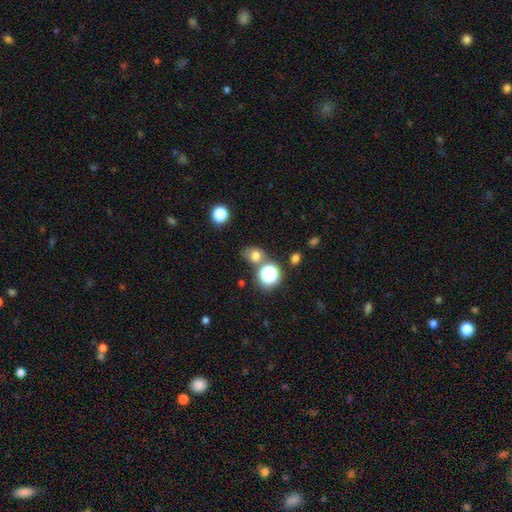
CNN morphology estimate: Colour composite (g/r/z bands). It shows a smooth galaxy with no disk features (69%) that is round (56%). Merging: none (58%).